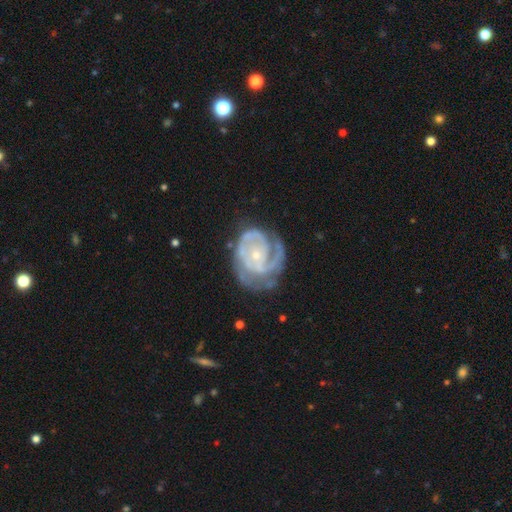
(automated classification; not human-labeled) smooth-or-featured: featured or disk: 88% | smooth: 7% | star or artifact: 5%
  disk-edge-on: no: 98% | yes: 2%
    bar: no: 71% | weak: 23% | strong: 6%
    has-spiral-arms: yes: 96% | no: 4%
      spiral-winding: tight: 64% | medium: 29% | loose: 6%
      spiral-arm-count: 2: 40% | 3: 21% | can't tell: 21% | 1: 9% | 4: 5% | more than 4: 4%
    bulge-size: small: 74% | moderate: 21% | none: 2% | large: 1% | dominant: 1%
  merging: none: 57% | minor disturbance: 25% | major disturbance: 17% | merger: 2%